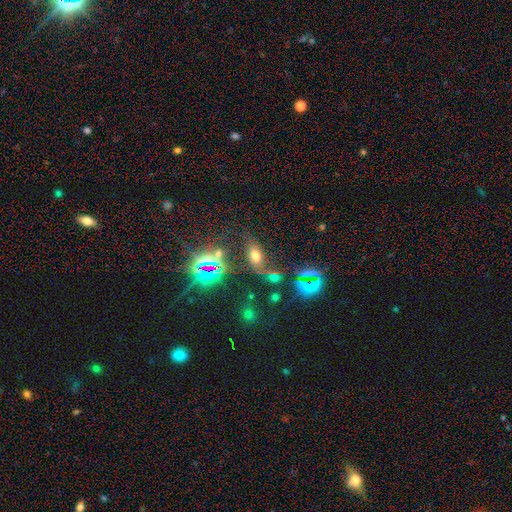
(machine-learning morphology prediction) Overall: smooth (55%; star or artifact 31%). How rounded: in between (84%). Merging: none (60%).